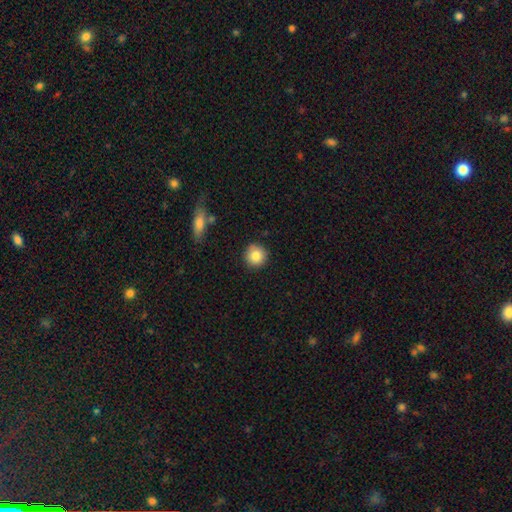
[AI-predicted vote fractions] smooth-or-featured: smooth: 83% | star or artifact: 9% | featured or disk: 8%
  how-rounded: round: 94% | in between: 5% | cigar-shaped: 1%
  merging: none: 89% | minor disturbance: 8% | major disturbance: 2% | merger: 2%